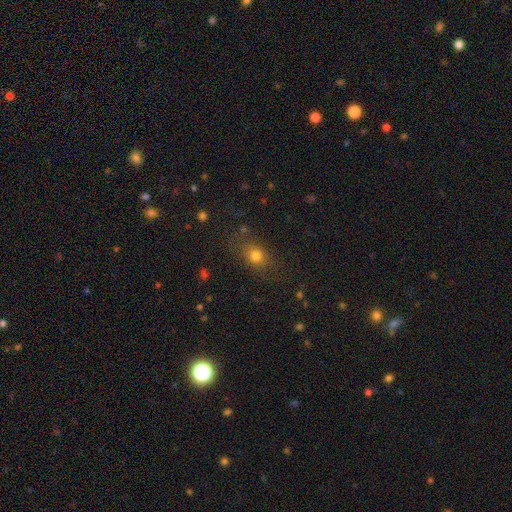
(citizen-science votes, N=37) Overall: smooth (89%). How rounded: in between (67%; round 33%). Merging: none (71%).